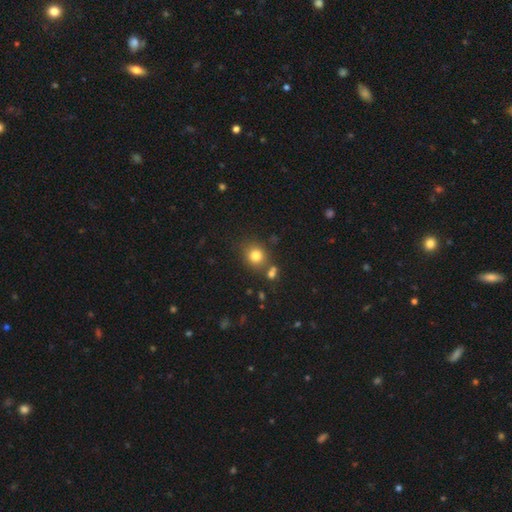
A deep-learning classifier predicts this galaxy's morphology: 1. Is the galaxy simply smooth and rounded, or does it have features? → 80% smooth, 13% star or artifact, 8% featured or disk.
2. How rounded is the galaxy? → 78% round, 21% in between, 1% cigar-shaped.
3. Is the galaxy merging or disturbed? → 71% none, 14% merger, 11% minor disturbance, 4% major disturbance.